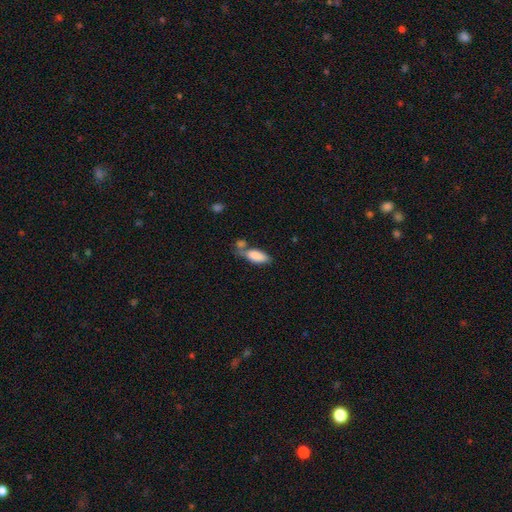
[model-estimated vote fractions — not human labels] Smooth or featured: smooth — 84% (featured or disk — 9%)
How rounded: in between — 84% (cigar-shaped — 14%)
Merging: none — 42% (merger — 33%)